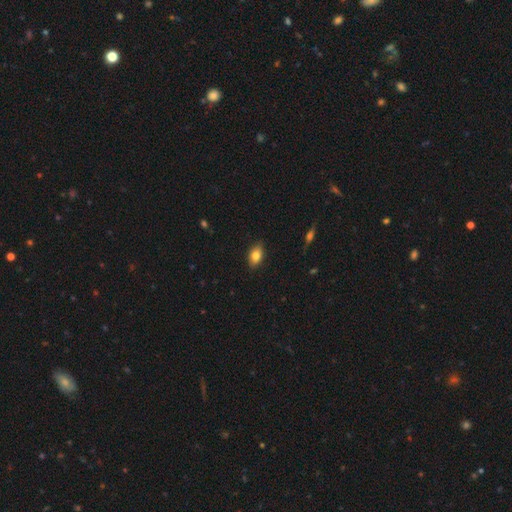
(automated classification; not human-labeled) Morphology: type=smooth (79%); roundness=in between (84%); merging=none (85%).